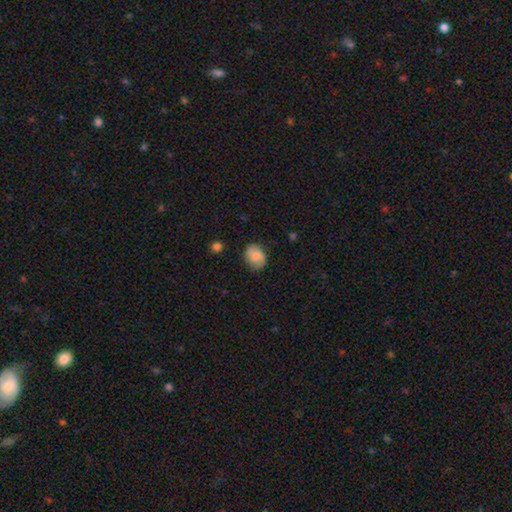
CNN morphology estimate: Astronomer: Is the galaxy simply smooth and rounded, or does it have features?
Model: smooth — 68%.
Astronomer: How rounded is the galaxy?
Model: round — 54% (runner-up: in between, 45%).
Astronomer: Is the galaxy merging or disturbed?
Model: none — 76%.